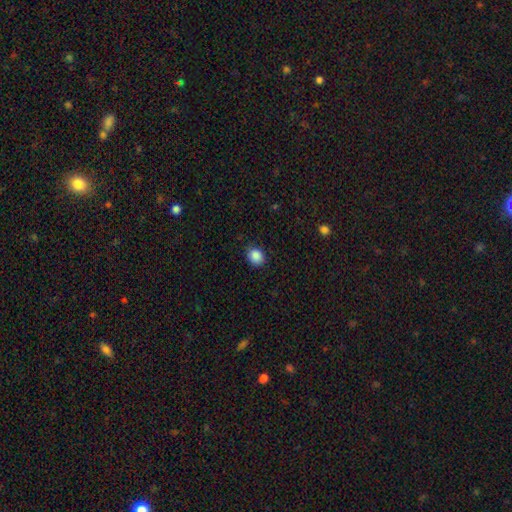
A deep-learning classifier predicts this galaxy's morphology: Smooth or featured? smooth (88%)
How rounded? round (64%)
Merging? none (85%)